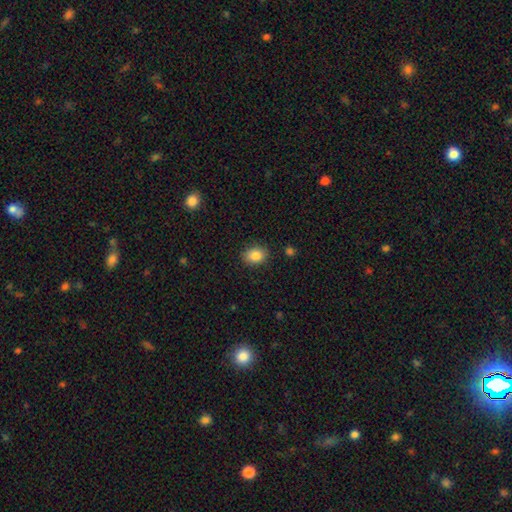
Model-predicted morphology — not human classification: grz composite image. It shows a smooth galaxy with no disk features (86%) that is in between round and cigar-shaped (62%). Merging: none (87%).